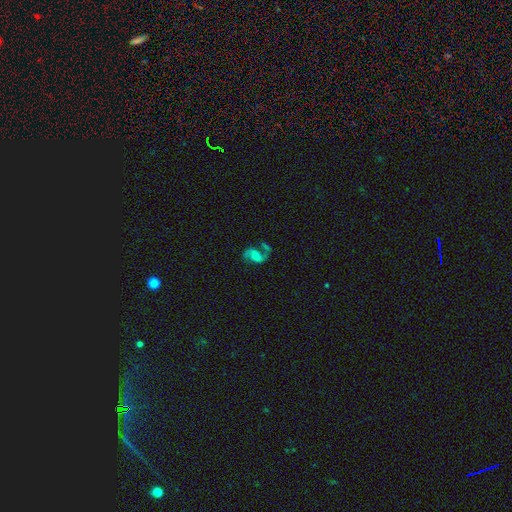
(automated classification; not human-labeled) A featured or disk galaxy (71%) with no bar (44%), 2 (84%) loose (59%) spiral arms (91%) and no central bulge (35%). Merging: none (46%).